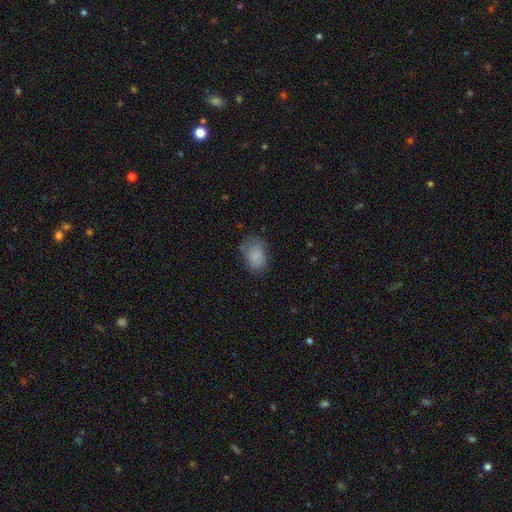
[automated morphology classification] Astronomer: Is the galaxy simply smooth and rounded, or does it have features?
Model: smooth — 80%.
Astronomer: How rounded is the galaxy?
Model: in between — 79%.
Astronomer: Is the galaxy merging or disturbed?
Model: none — 61%.